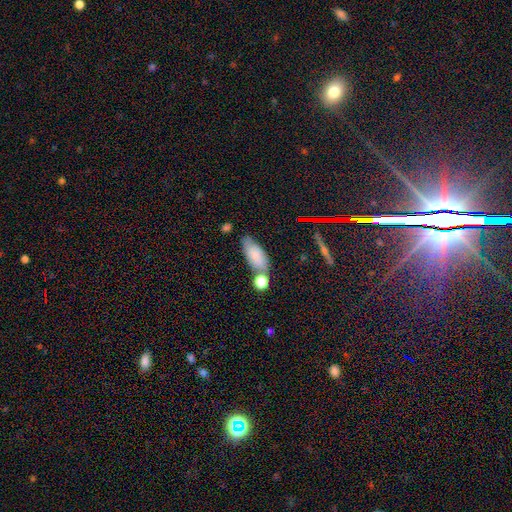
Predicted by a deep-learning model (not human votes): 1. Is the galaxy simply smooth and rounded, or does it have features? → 73% smooth, 18% featured or disk, 9% star or artifact.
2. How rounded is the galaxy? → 81% in between, 15% cigar-shaped, 4% round.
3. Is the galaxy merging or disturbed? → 55% none, 21% merger, 19% minor disturbance, 6% major disturbance.